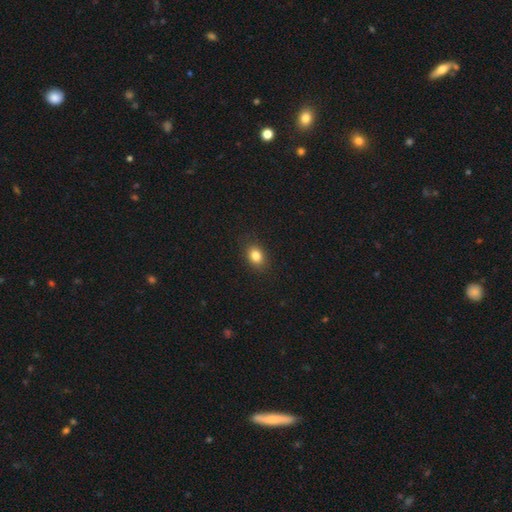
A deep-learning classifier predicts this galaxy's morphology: The model was most divided on "how rounded": in between: 63%, round: 36%, cigar-shaped: 1%. More confident: merging — none (87%); smooth or featured — smooth (83%).